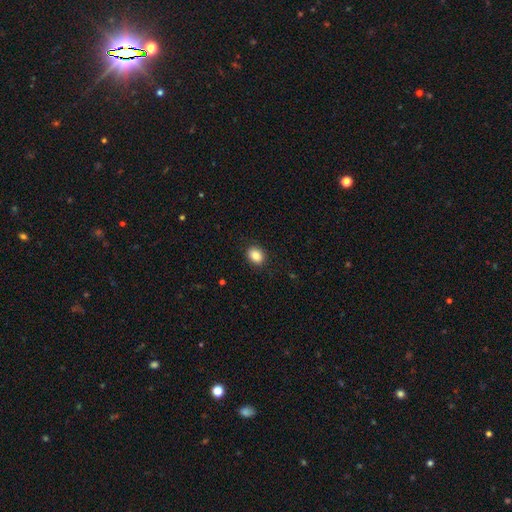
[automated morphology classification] Smooth or featured? Predicted: smooth (p=0.86). How rounded? Predicted: in between (p=0.55). Merging? Predicted: none (p=0.89).